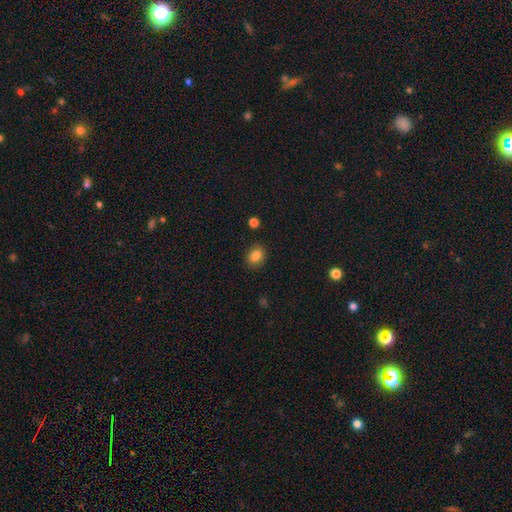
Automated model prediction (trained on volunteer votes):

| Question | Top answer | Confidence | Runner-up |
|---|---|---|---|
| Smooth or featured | smooth | 84% | star or artifact (10%) |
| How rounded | in between | 53% | round (46%) |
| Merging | none | 86% | minor disturbance (10%) |